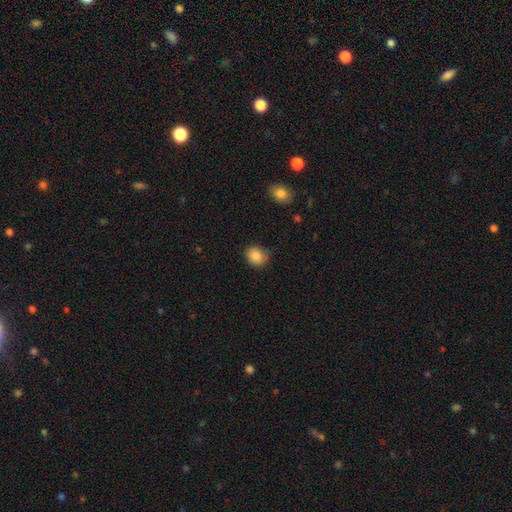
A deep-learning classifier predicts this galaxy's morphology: A smooth galaxy with no disk features (84%) that is round (72%). Merging: none (72%).